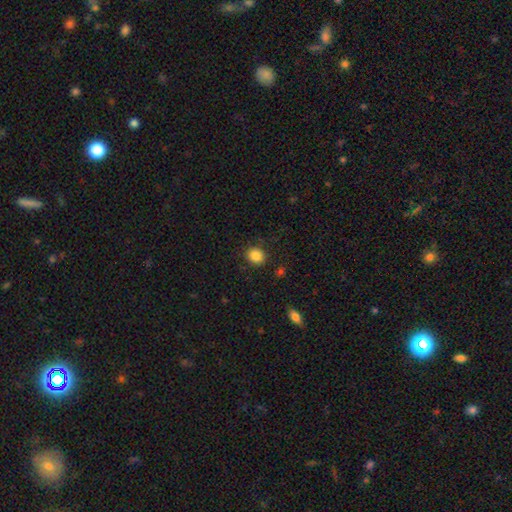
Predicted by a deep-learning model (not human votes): Q: Smooth or featured?
A: smooth (86%); runner-up: star or artifact (10%)
Q: How rounded?
A: round (79%); runner-up: in between (20%)
Q: Merging?
A: none (87%); runner-up: minor disturbance (9%)